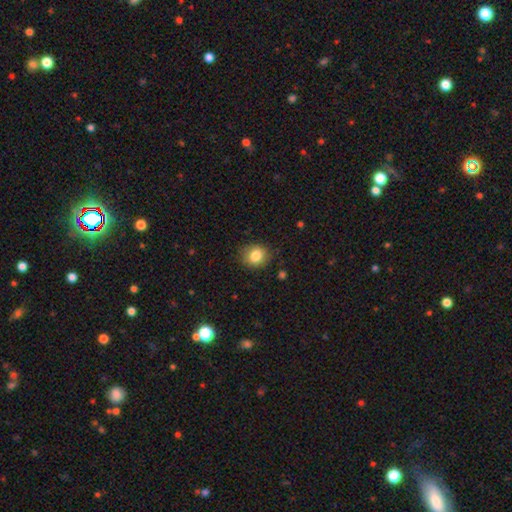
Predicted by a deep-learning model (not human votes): smooth-or-featured: smooth: 84% | star or artifact: 10% | featured or disk: 7%
  how-rounded: round: 72% | in between: 27% | cigar-shaped: 1%
  merging: none: 84% | minor disturbance: 12% | major disturbance: 3% | merger: 1%